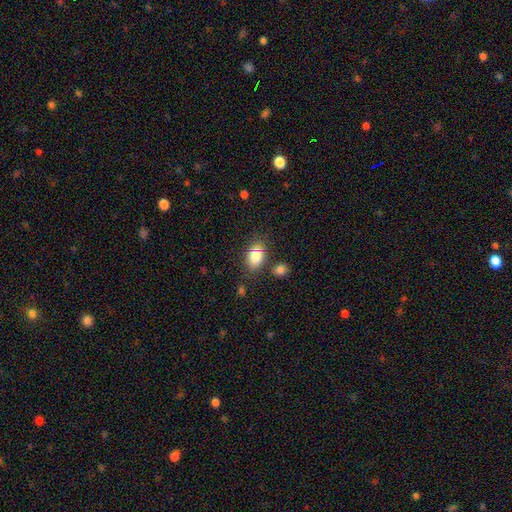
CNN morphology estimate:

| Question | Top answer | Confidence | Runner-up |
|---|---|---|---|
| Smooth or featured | smooth | 81% | star or artifact (10%) |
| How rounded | in between | 81% | round (18%) |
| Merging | none | 74% | minor disturbance (15%) |